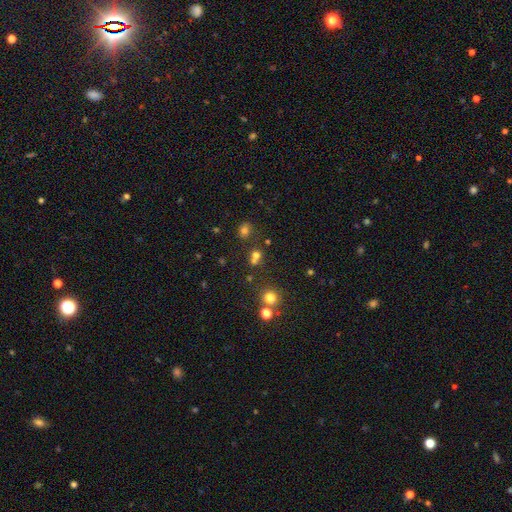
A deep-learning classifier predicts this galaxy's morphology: The model was most divided on "merging": none: 60%, merger: 27%, minor disturbance: 9%, major disturbance: 4%. More confident: how rounded — round (82%); smooth or featured — smooth (64%).